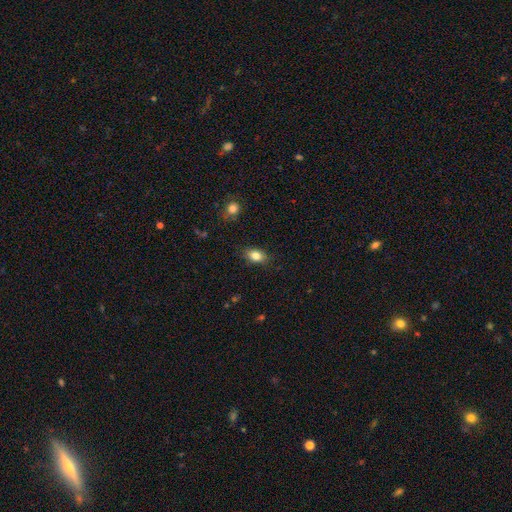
A smooth galaxy with no disk features (89%) that is in between round and cigar-shaped (88%). Merging: none (81%).